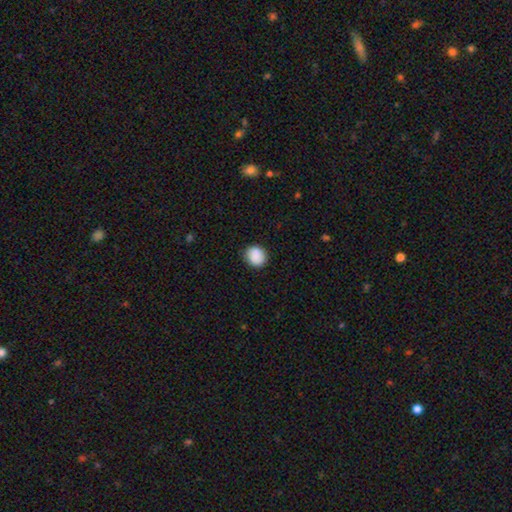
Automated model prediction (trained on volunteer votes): A smooth galaxy with no disk features (88%) that is round (78%). Merging: none (88%).